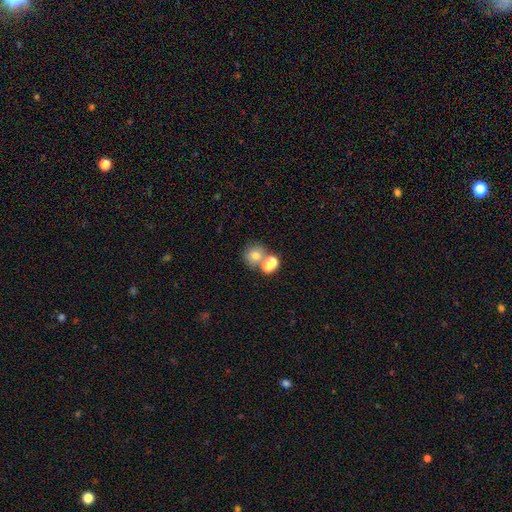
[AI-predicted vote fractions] Smooth or featured? smooth (70%)
How rounded? round (81%)
Merging? none (47%)